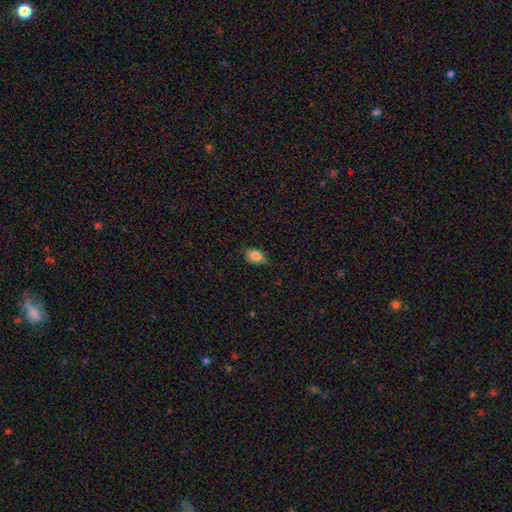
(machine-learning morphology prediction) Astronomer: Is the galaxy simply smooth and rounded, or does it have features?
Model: smooth — 82%.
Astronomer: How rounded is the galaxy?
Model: in between — 77%.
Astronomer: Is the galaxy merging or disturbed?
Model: none — 66%.